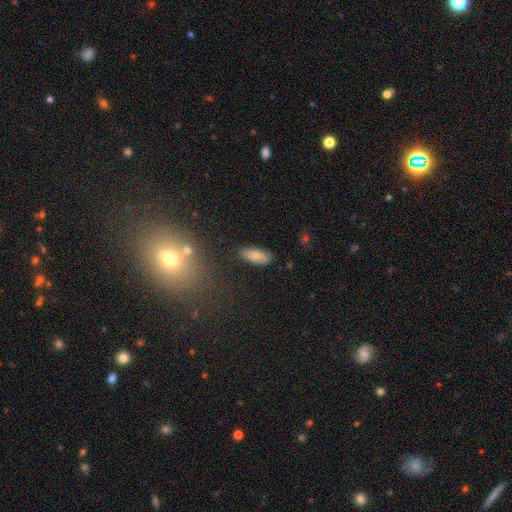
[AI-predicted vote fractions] Smooth or featured: smooth — 79% (featured or disk — 13%)
How rounded: in between — 77% (cigar-shaped — 20%)
Merging: none — 82% (minor disturbance — 13%)